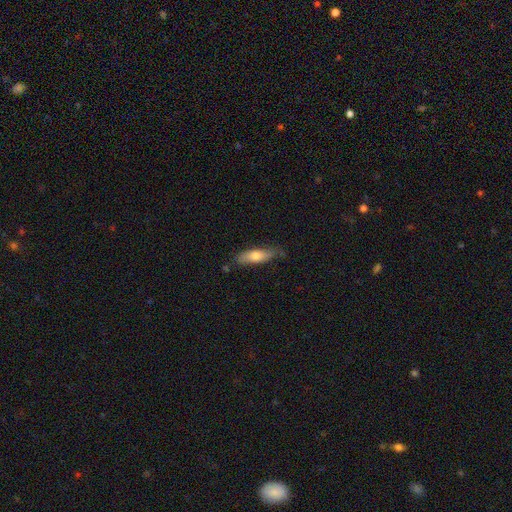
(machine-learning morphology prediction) Overall: smooth (65%; featured or disk 29%). How rounded: cigar-shaped (58%; in between 40%). Merging: none (68%).